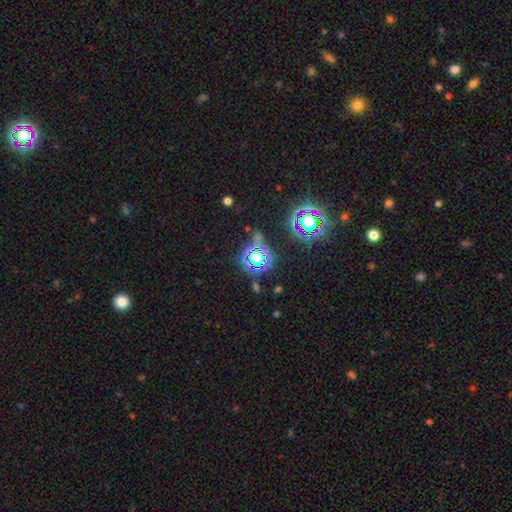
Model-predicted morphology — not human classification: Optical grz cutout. It shows a star or artifact, not a galaxy (65%).